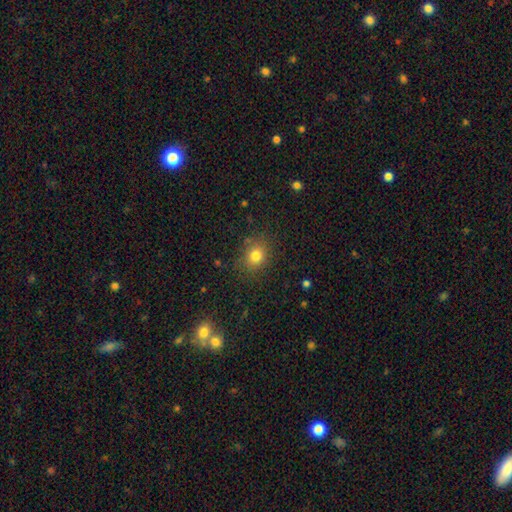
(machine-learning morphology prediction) smooth-or-featured: smooth: 79% | star or artifact: 14% | featured or disk: 7%
  how-rounded: round: 70% | in between: 29% | cigar-shaped: 1%
  merging: none: 83% | minor disturbance: 11% | major disturbance: 4% | merger: 2%